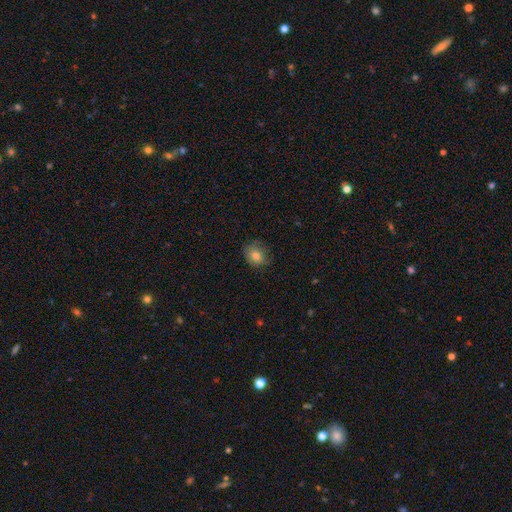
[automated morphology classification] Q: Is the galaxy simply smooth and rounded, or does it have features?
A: smooth — 80%.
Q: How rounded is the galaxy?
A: round — 63%.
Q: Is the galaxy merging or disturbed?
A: none — 72%.